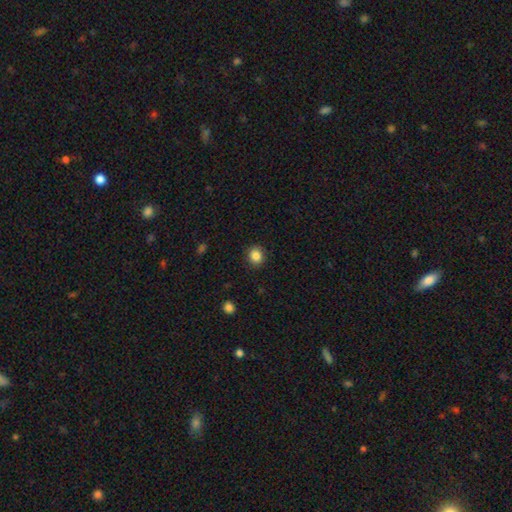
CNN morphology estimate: smooth 85%, star or artifact 10%, featured or disk 5%. Down the decision tree: how rounded — round (80%); merging — none (90%).